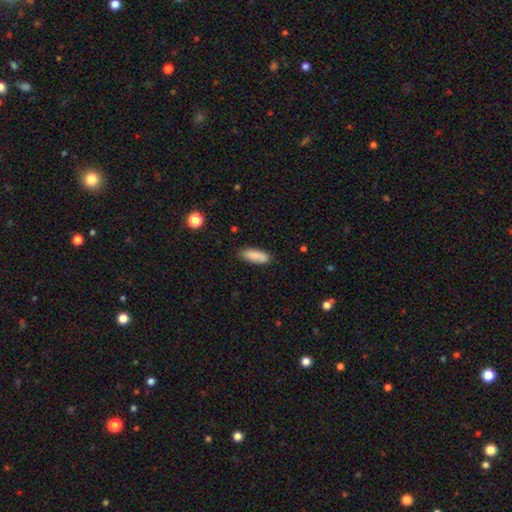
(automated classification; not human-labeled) This is clearly a smooth galaxy (87%). How rounded: likely in between (66%). Merging: clearly none (82%).